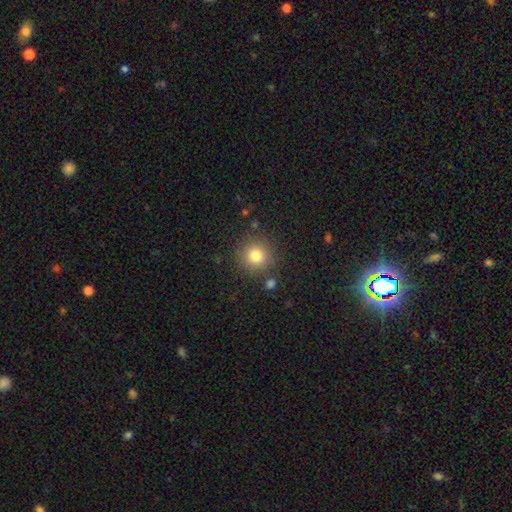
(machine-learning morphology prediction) This appears to be a smooth galaxy with no disk features (81%) that is round (94%). Merging: none (85%).